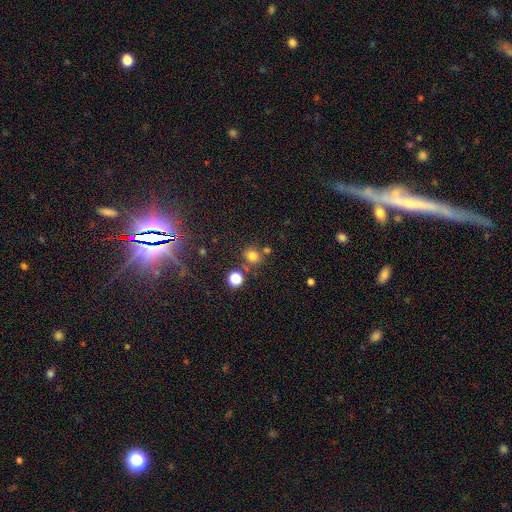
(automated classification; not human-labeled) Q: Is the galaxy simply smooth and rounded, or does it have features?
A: smooth — 73%.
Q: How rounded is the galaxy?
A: round — 73%.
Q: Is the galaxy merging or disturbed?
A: none — 72%.